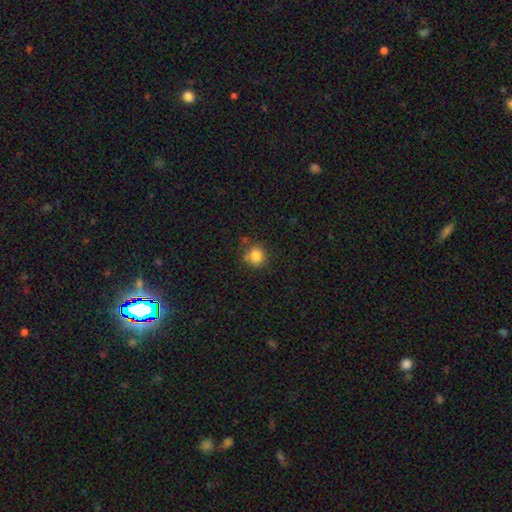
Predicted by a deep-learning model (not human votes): This is clearly a smooth galaxy (83%). How rounded: clearly round (89%). Merging: likely none (73%).